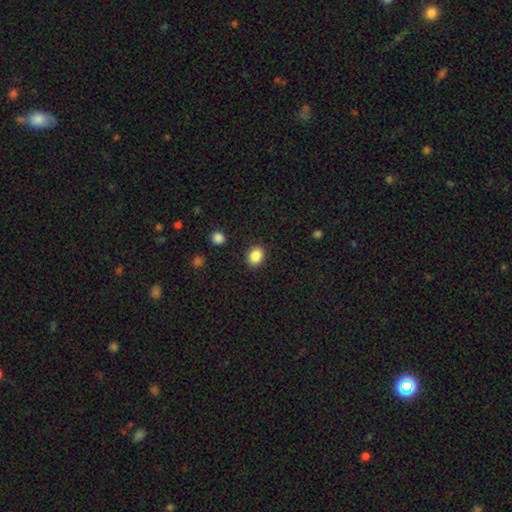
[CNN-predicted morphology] smooth_or_featured: smooth (p=0.87) [alt: star or artifact p=0.09]
how_rounded: round (p=0.51) [alt: in between p=0.49]
merging: none (p=0.89) [alt: minor disturbance p=0.07]